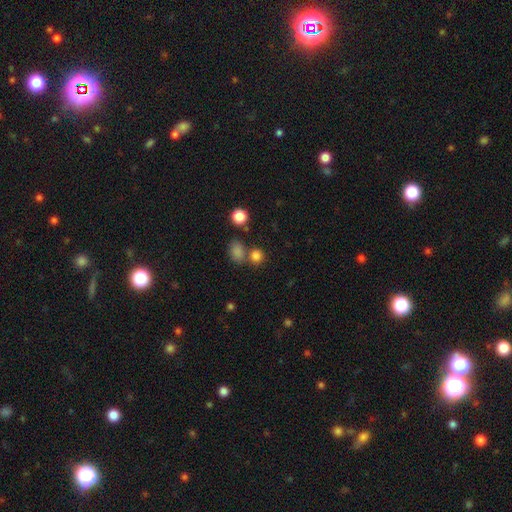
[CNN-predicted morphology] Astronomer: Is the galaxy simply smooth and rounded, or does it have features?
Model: smooth — 80%.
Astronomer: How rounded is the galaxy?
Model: round — 80%.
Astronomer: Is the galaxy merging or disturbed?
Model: none — 62%.